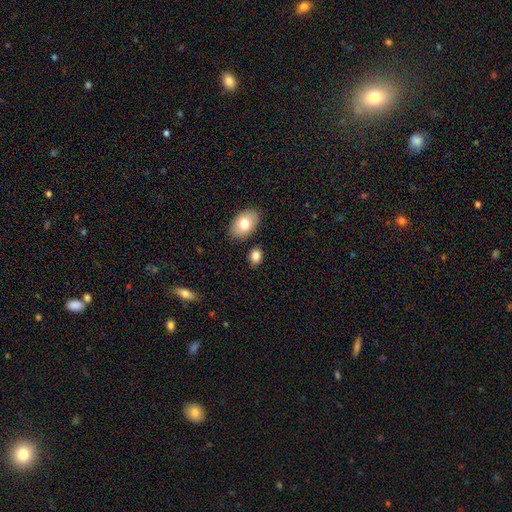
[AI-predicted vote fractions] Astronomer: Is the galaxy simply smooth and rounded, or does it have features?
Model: smooth — 82%.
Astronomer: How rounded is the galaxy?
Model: in between — 77%.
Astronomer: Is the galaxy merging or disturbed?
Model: none — 79%.